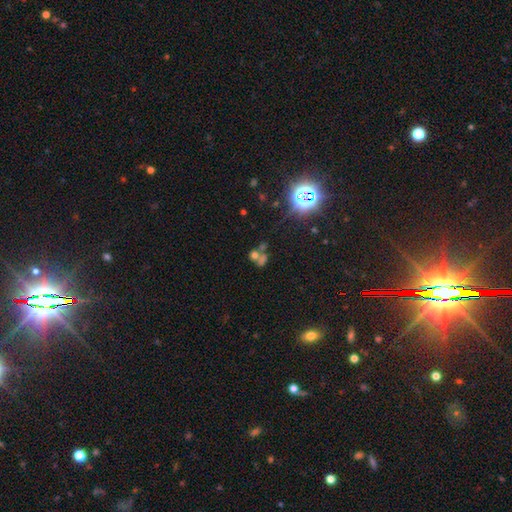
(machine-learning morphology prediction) This appears to be a smooth galaxy with no disk features (48%). Merging: merger (51%).